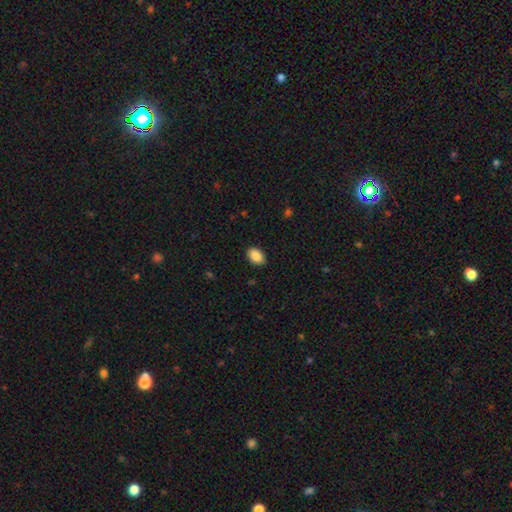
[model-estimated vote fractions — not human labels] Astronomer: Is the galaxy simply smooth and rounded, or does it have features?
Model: smooth — 89%.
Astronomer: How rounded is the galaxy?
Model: in between — 88%.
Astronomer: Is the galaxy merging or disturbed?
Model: none — 89%.